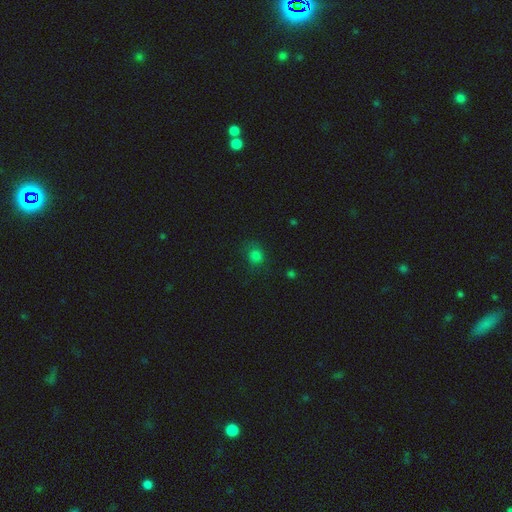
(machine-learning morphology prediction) Overall: smooth (78%). How rounded: round (73%). Merging: none (69%).